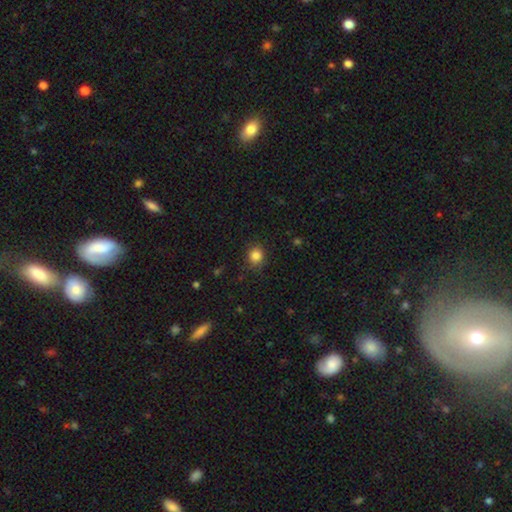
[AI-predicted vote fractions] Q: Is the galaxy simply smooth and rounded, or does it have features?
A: smooth — 85%.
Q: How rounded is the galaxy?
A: round — 83%.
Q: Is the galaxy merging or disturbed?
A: none — 84%.